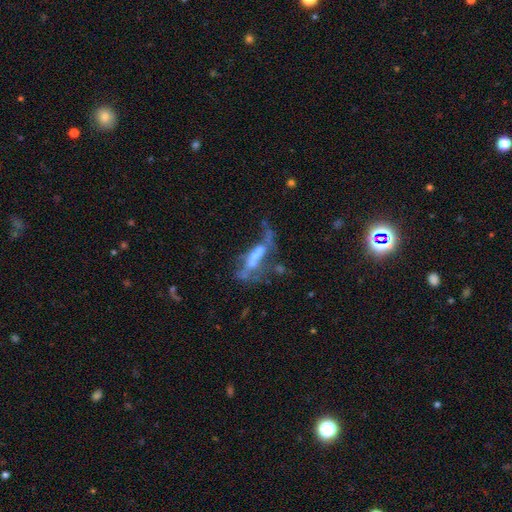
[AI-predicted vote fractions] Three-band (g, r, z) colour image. It shows a featured or disk galaxy (60%). Merging: major disturbance (37%).